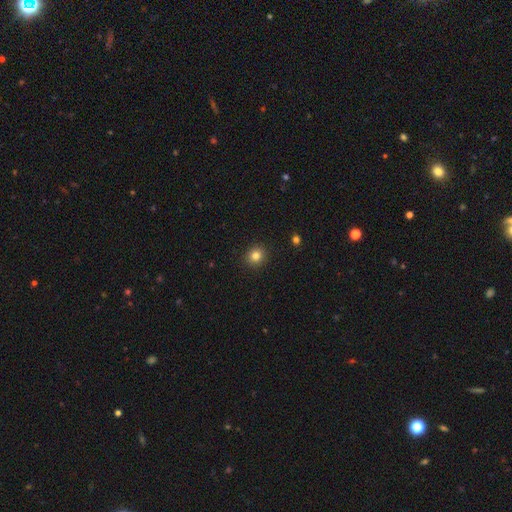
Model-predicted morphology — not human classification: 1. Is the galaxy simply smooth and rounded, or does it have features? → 82% smooth, 12% star or artifact, 6% featured or disk.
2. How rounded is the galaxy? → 83% round, 16% in between, 1% cigar-shaped.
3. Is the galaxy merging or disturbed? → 91% none, 6% minor disturbance, 2% major disturbance, 1% merger.